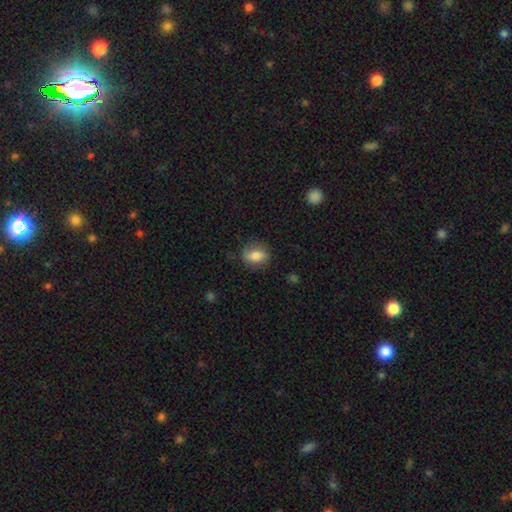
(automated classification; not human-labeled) Overall: smooth (73%). How rounded: in between (59%; round 39%). Merging: none (76%).